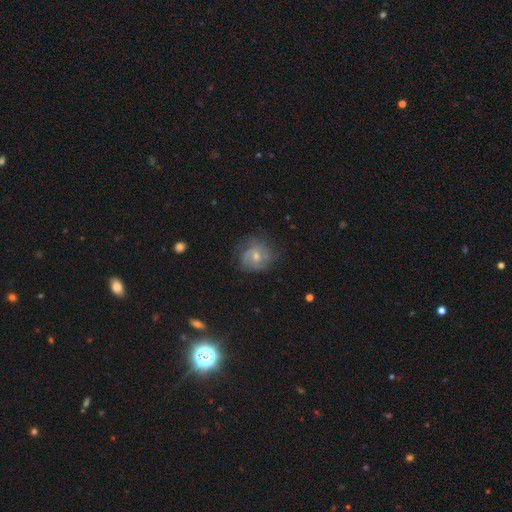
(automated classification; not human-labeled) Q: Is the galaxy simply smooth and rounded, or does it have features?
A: featured or disk — 57%.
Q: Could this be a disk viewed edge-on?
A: no — 97%.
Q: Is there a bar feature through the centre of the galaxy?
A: no — 58%.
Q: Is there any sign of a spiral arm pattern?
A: yes — 75%.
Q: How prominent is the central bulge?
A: moderate — 53%.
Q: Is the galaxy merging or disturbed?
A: none — 62%.